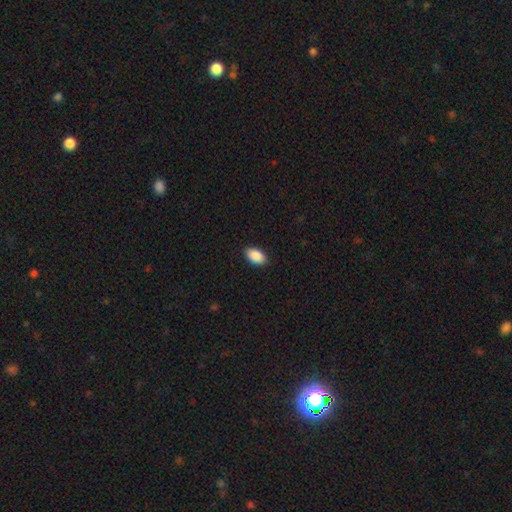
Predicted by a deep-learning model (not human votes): A smooth galaxy with no disk features (90%) that is in between round and cigar-shaped (94%).

Vote fractions:
- Smooth or featured? smooth: 90% / star or artifact: 7% / featured or disk: 3%
- How rounded? in between: 94% / round: 5% / cigar-shaped: 2%
- Merging? none: 89% / minor disturbance: 8% / major disturbance: 2% / merger: 1%